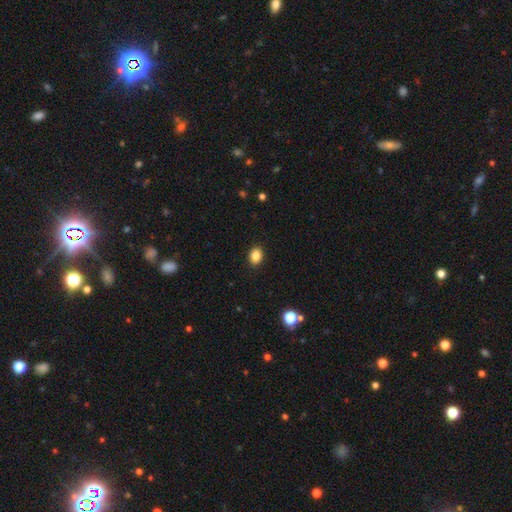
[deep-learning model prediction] Morphology: type=smooth (87%); roundness=in between (71%); merging=none (90%).